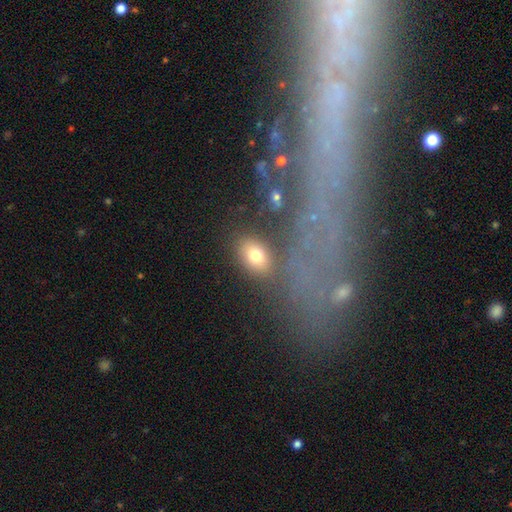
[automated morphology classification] type=smooth (73%); roundness=in between (75%); merging=none (77%).